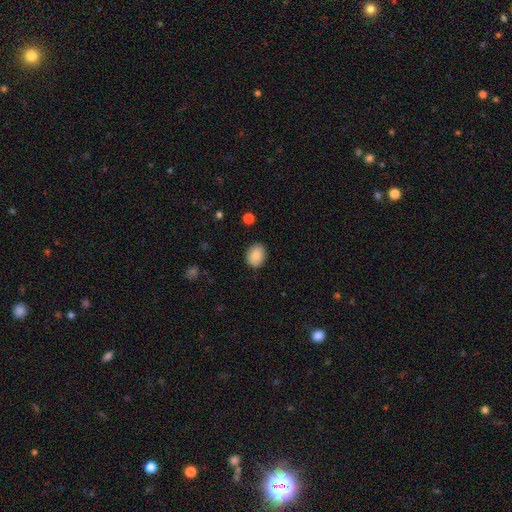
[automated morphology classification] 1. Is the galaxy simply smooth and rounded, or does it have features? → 87% smooth, 8% star or artifact, 6% featured or disk.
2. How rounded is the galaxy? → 55% in between, 44% round, 1% cigar-shaped.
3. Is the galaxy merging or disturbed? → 88% none, 9% minor disturbance, 2% major disturbance, 1% merger.